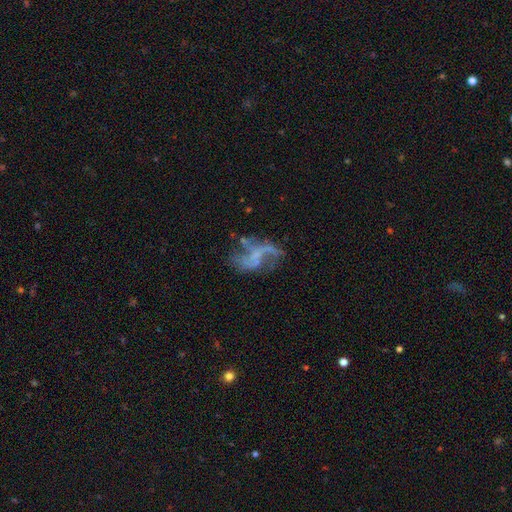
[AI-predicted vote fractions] Smooth or featured? featured or disk (76%)
Edge-on disk? no (97%)
Bar? no (56%)
Spiral arms? yes (73%)
Spiral winding? loose (82%)
Spiral arm count? 2 (67%)
Bulge size? none (66%)
Merging? none (47%)